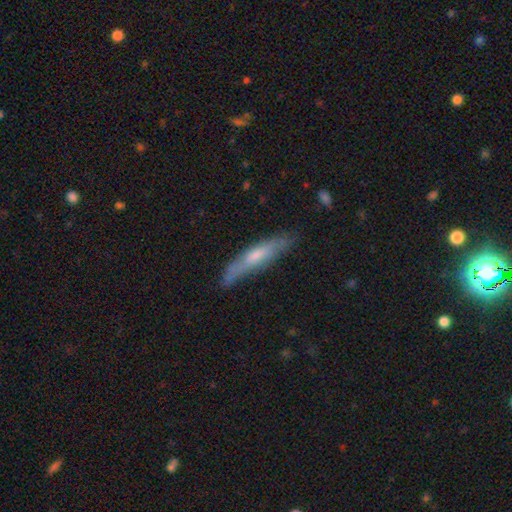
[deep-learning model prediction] Smooth or featured: smooth — 50% (featured or disk — 44%)
Merging: none — 74% (minor disturbance — 19%)